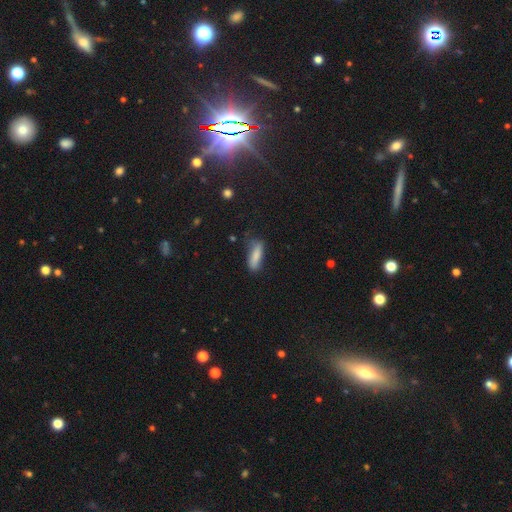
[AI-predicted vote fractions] Smooth or featured?
  - smooth: 82% *
  - featured or disk: 11%
  - star or artifact: 7%
How rounded?
  - cigar-shaped: 50% *
  - in between: 47%
  - round: 2%
Merging?
  - none: 61% *
  - minor disturbance: 27%
  - major disturbance: 9%
  - merger: 3%